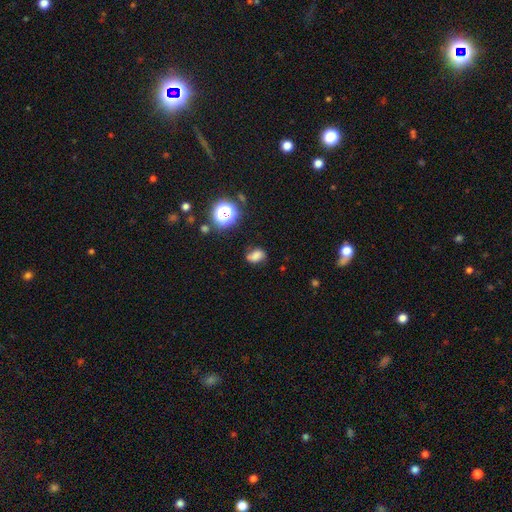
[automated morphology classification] Smooth or featured? Predicted: smooth (p=0.69). How rounded? Predicted: in between (p=0.73). Merging? Predicted: none (p=0.63).